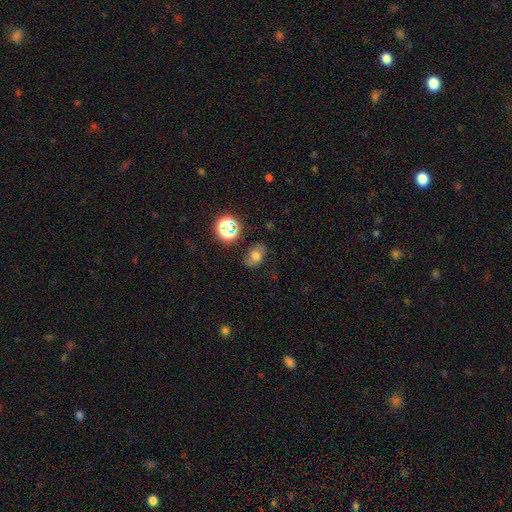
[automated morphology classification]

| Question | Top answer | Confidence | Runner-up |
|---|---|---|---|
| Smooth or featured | smooth | 57% | featured or disk (25%) |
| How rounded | in between | 72% | round (27%) |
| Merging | none | 69% | minor disturbance (21%) |